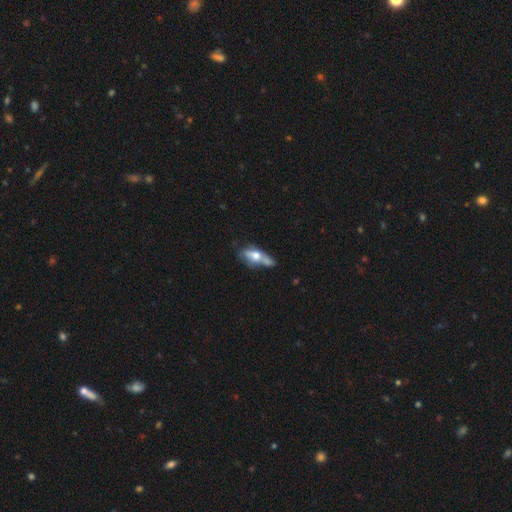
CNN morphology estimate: Smooth or featured: smooth — 52% (featured or disk — 40%)
How rounded: in between — 67% (cigar-shaped — 27%)
Merging: merger — 34% (none — 31%)